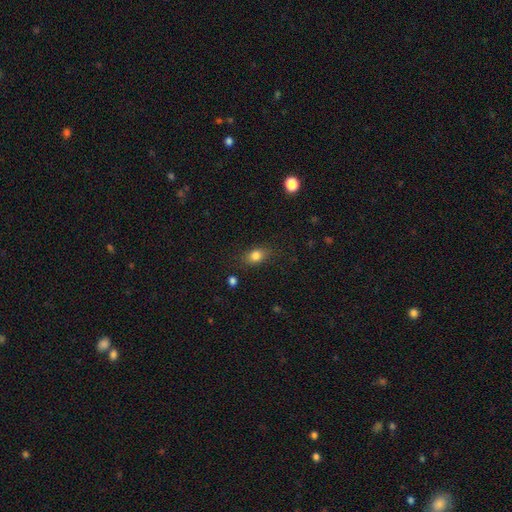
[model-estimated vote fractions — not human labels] Smooth or featured: smooth — 82% (star or artifact — 10%)
How rounded: in between — 69% (round — 28%)
Merging: none — 79% (minor disturbance — 15%)